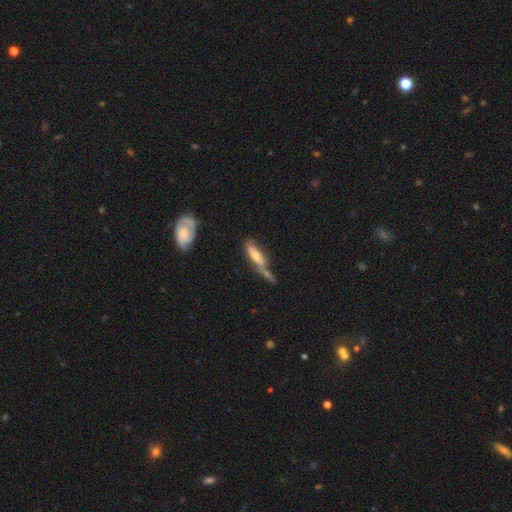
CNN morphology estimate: Q: Smooth or featured?
A: smooth (49%); runner-up: featured or disk (44%)
Q: Merging?
A: merger (38%); runner-up: none (27%)